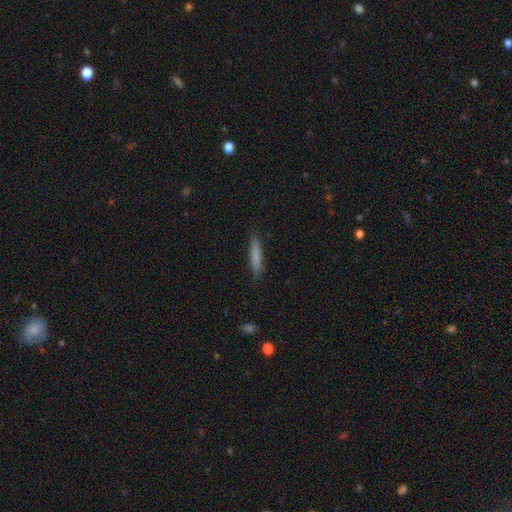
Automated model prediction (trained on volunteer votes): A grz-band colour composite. It shows a smooth galaxy with no disk features (79%) that is cigar-shaped (91%). Merging: none (87%).